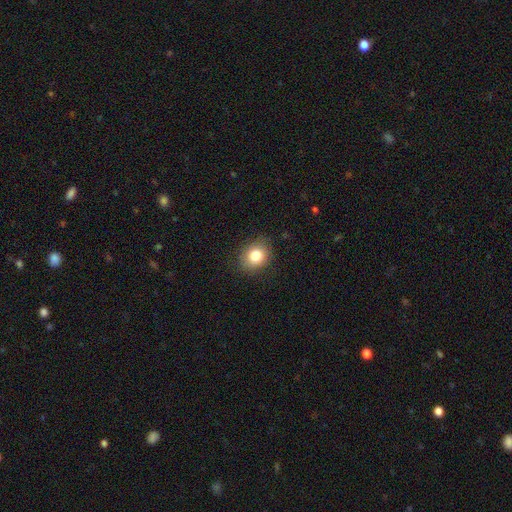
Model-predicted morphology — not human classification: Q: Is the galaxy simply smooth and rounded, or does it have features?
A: smooth — 82%.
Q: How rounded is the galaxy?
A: round — 58%.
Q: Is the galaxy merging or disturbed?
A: none — 83%.